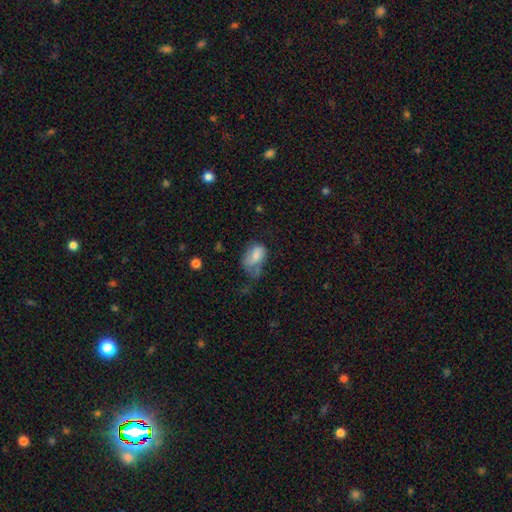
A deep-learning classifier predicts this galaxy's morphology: smooth_or_featured: smooth (p=0.74) [alt: featured or disk p=0.18]
how_rounded: in between (p=0.87) [alt: round p=0.12]
merging: major disturbance (p=0.37) [alt: minor disturbance p=0.32]